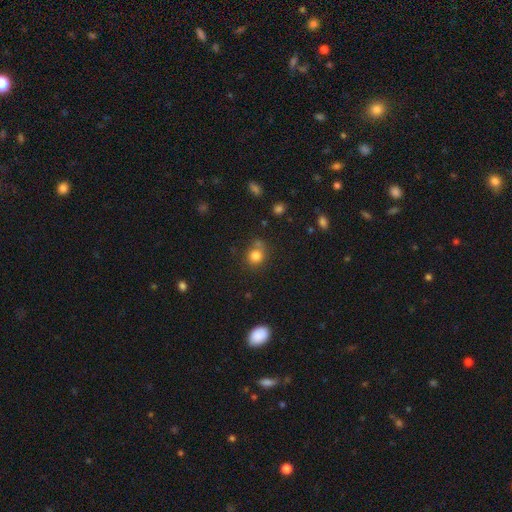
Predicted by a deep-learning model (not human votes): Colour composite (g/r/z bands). It shows a smooth galaxy with no disk features (82%) that is round (83%). Merging: none (64%).